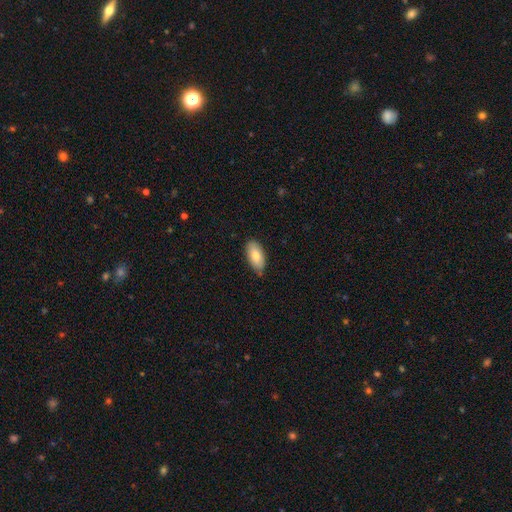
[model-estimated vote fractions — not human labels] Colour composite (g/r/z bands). It shows a smooth galaxy with no disk features (81%) that is in between round and cigar-shaped (92%). Merging: none (78%).